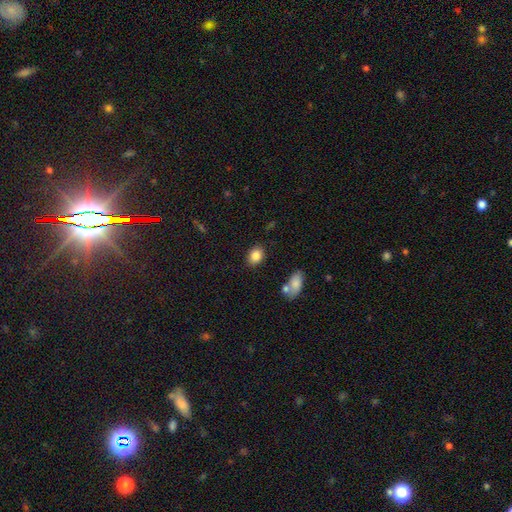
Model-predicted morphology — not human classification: Smooth or featured? Predicted: smooth (p=0.85). How rounded? Predicted: in between (p=0.66). Merging? Predicted: none (p=0.82).